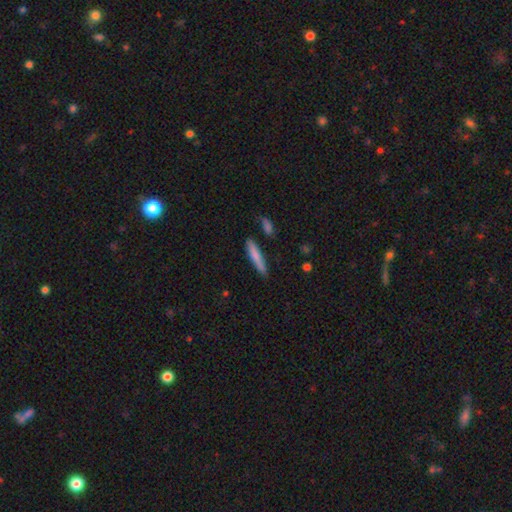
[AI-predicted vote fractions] A smooth galaxy with no disk features (74%) that is cigar-shaped (89%).

Vote fractions:
- Smooth or featured? smooth: 74% / featured or disk: 20% / star or artifact: 6%
- How rounded? cigar-shaped: 89% / in between: 10% / round: 2%
- Merging? none: 77% / minor disturbance: 15% / merger: 4% / major disturbance: 3%